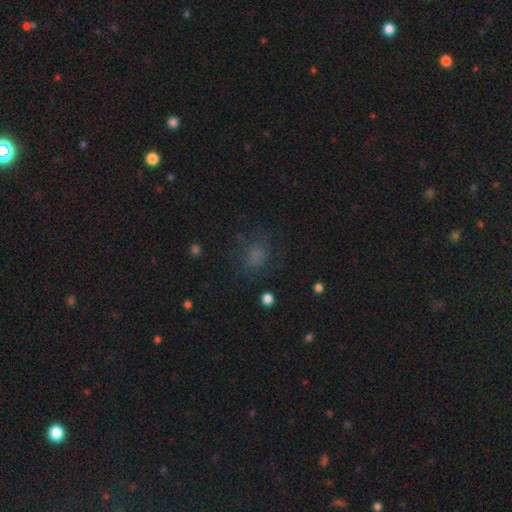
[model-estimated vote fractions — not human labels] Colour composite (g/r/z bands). It shows a smooth galaxy with no disk features (66%) that is round (58%). Merging: none (67%).